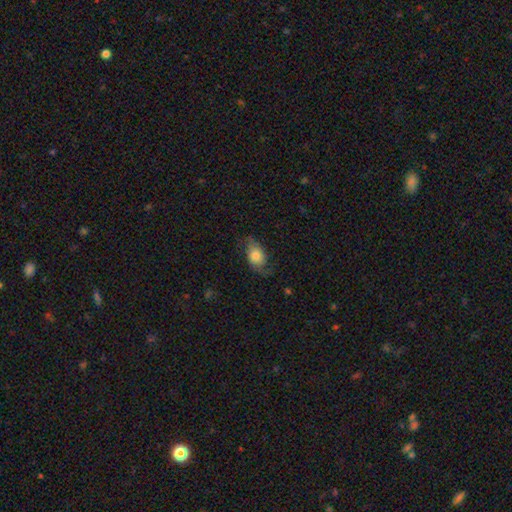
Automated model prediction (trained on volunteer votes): The model was most divided on "smooth or featured": smooth: 53%, featured or disk: 38%, star or artifact: 8%. More confident: how rounded — in between (78%); merging — none (60%).